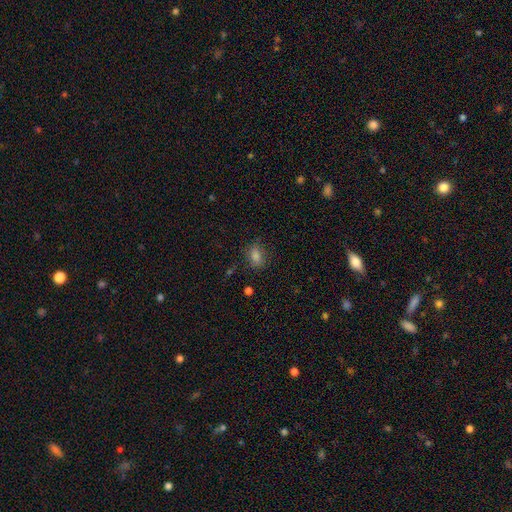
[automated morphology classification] smooth-or-featured: smooth: 76% | star or artifact: 17% | featured or disk: 8%
  how-rounded: in between: 73% | round: 24% | cigar-shaped: 3%
  merging: none: 82% | minor disturbance: 13% | major disturbance: 4% | merger: 2%